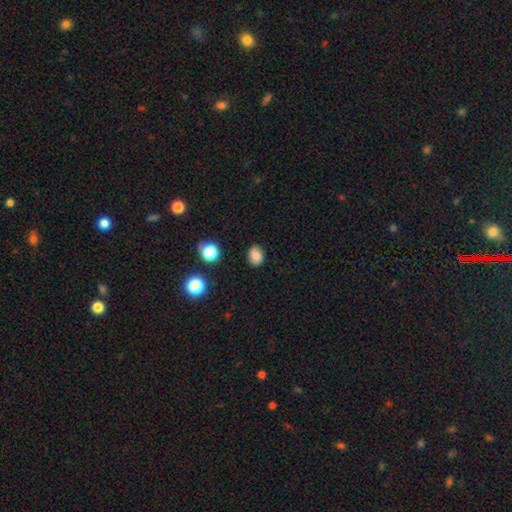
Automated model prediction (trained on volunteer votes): A smooth galaxy with no disk features (83%) that is in between round and cigar-shaped (60%). Merging: none (83%).